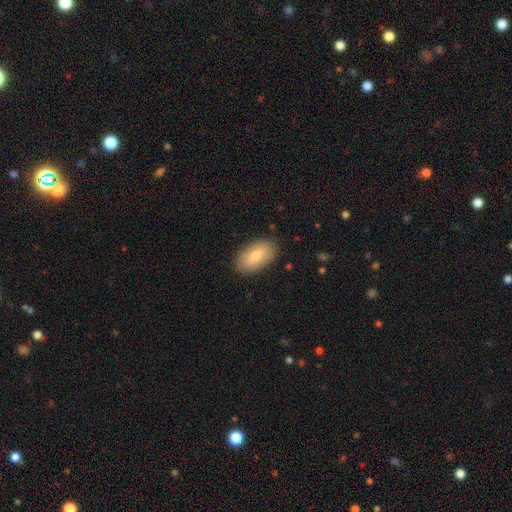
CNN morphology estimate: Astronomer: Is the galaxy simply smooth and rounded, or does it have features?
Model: smooth — 75%.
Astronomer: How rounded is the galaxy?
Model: in between — 94%.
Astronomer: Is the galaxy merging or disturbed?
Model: none — 88%.